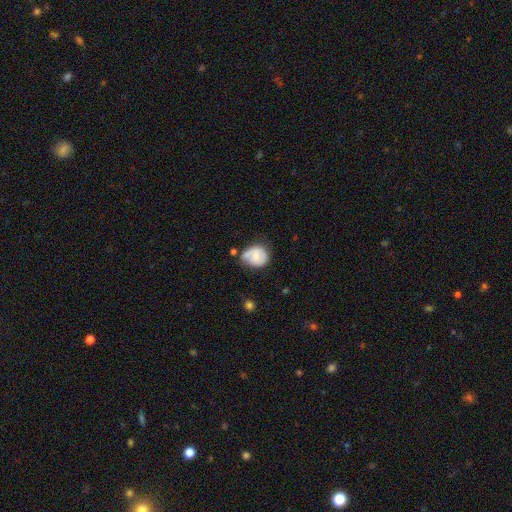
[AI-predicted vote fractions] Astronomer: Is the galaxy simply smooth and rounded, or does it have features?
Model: smooth — 49% (runner-up: featured or disk, 43%).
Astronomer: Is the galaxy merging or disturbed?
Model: none — 48% (runner-up: minor disturbance, 33%).